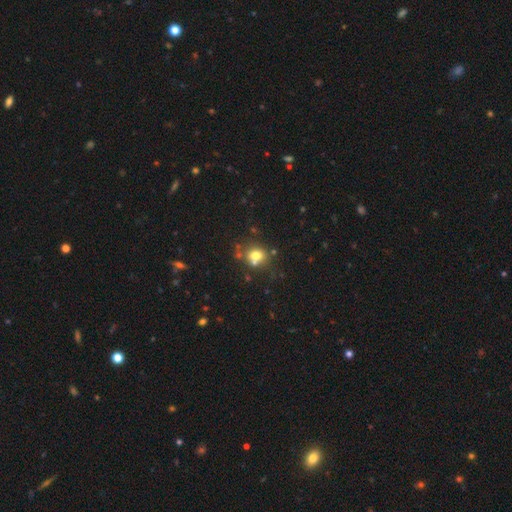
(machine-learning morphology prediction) This is likely a smooth galaxy (71%). How rounded: likely round (74%). Merging: likely none (60%).